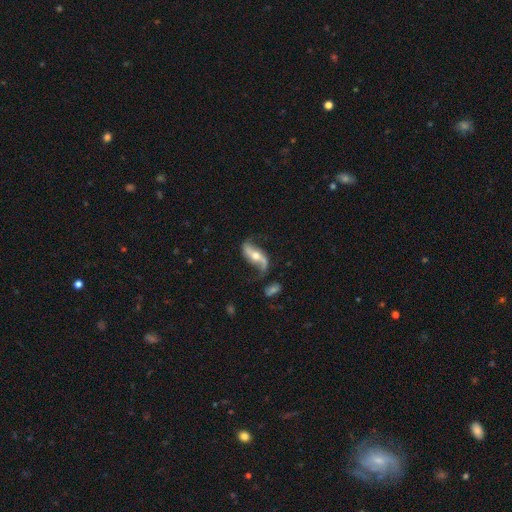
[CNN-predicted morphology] Smooth or featured? featured or disk (84%)
Edge-on disk? no (90%)
Bar? strong (37%)
Spiral arms? yes (93%)
Spiral winding? loose (84%)
Spiral arm count? 2 (92%)
Bulge size? moderate (67%)
Merging? none (66%)